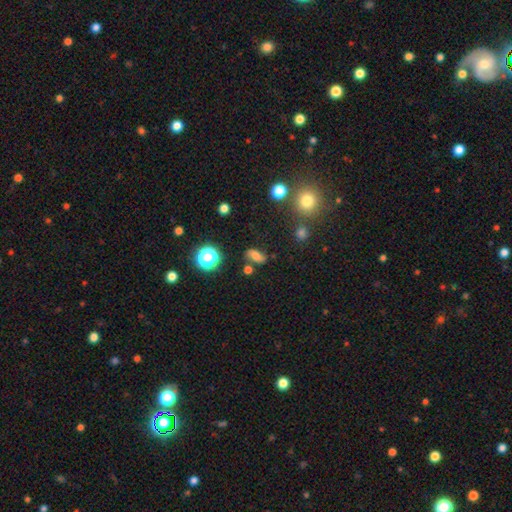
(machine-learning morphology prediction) Q: Smooth or featured?
A: smooth (60%); runner-up: featured or disk (24%)
Q: How rounded?
A: in between (78%); runner-up: round (14%)
Q: Merging?
A: none (71%); runner-up: minor disturbance (16%)